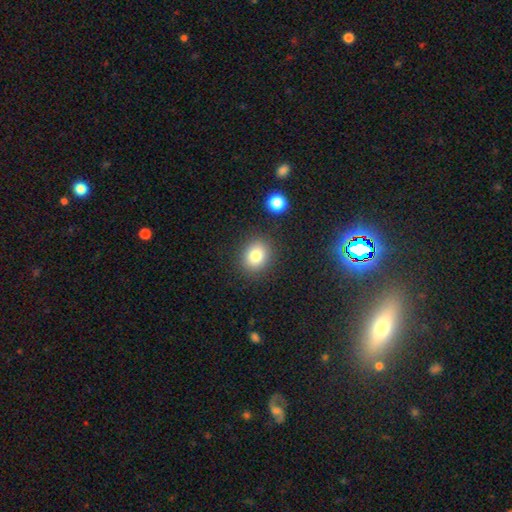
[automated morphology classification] Smooth or featured? Predicted: smooth (p=0.80). How rounded? Predicted: round (p=0.68). Merging? Predicted: none (p=0.86).